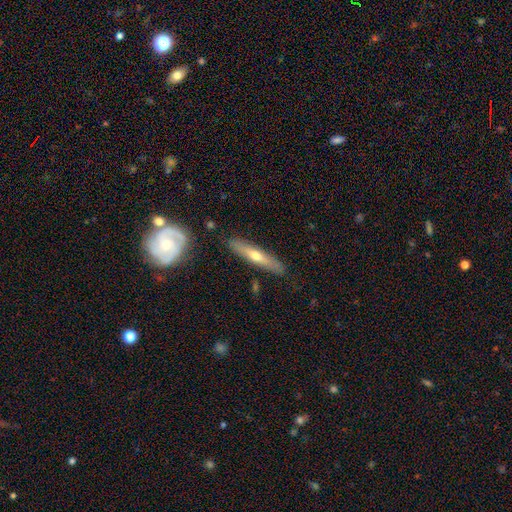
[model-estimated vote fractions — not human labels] Overall: featured or disk (56%; smooth 39%). Edge-on disk: yes (82%). Merging: none (85%).